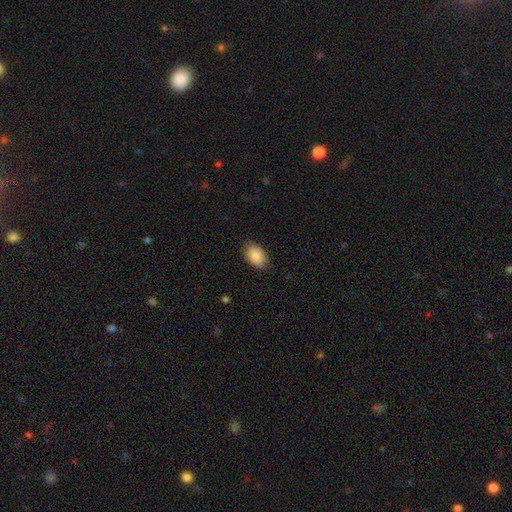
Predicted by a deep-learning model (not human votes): A smooth galaxy with no disk features (89%) that is in between round and cigar-shaped (92%). Merging: none (84%).